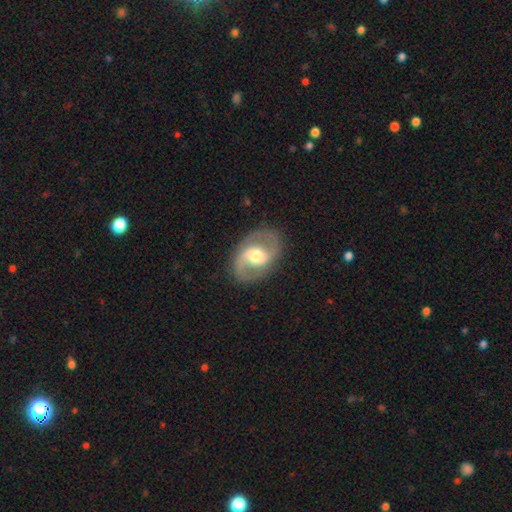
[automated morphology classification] Q: Smooth or featured?
A: featured or disk (84%); runner-up: smooth (11%)
Q: Edge-on disk?
A: no (97%); runner-up: yes (3%)
Q: Bar?
A: weak (45%); runner-up: no (33%)
Q: Spiral arms?
A: yes (92%); runner-up: no (8%)
Q: Spiral winding?
A: medium (54%); runner-up: loose (29%)
Q: Spiral arm count?
A: 2 (93%); runner-up: can't tell (3%)
Q: Bulge size?
A: moderate (68%); runner-up: large (15%)
Q: Merging?
A: none (85%); runner-up: minor disturbance (10%)